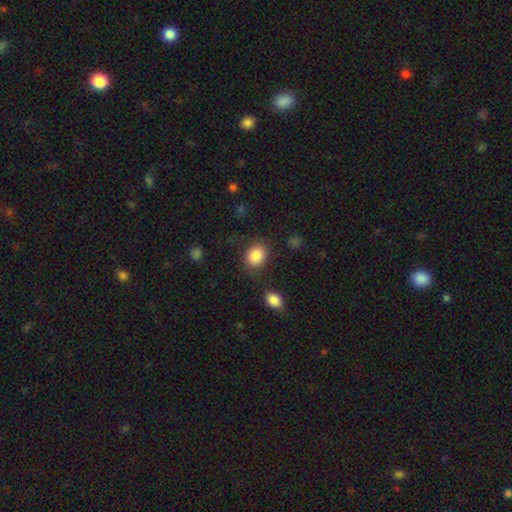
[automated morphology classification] Smooth or featured: smooth — 86% (star or artifact — 8%)
How rounded: in between — 52% (round — 47%)
Merging: none — 73% (minor disturbance — 15%)